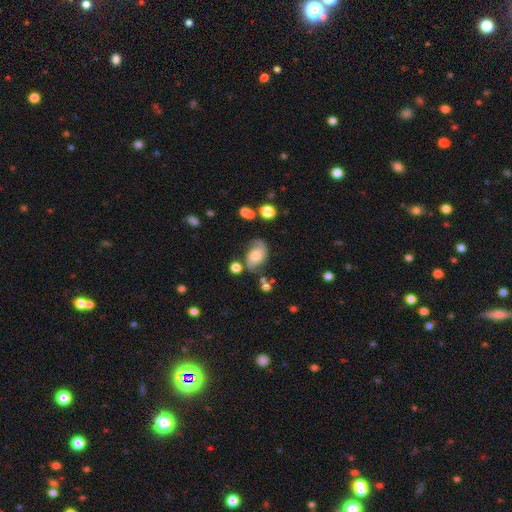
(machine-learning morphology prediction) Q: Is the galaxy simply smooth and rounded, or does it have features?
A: featured or disk — 63%.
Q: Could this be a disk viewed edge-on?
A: no — 97%.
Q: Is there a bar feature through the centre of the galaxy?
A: no — 68%.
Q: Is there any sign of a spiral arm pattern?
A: yes — 90%.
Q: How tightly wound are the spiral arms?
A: loose — 47%.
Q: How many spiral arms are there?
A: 2 — 86%.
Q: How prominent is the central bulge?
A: moderate — 37%.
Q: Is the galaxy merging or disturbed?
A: none — 55%.